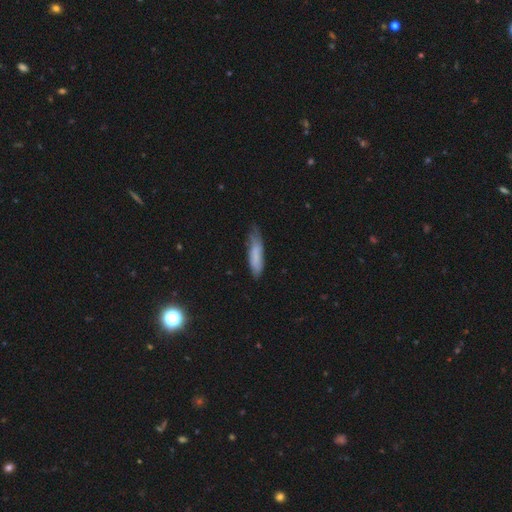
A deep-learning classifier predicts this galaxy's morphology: smooth_or_featured: smooth (p=0.75) [alt: featured or disk p=0.17]
how_rounded: cigar-shaped (p=0.71) [alt: in between p=0.27]
merging: none (p=0.57) [alt: minor disturbance p=0.33]